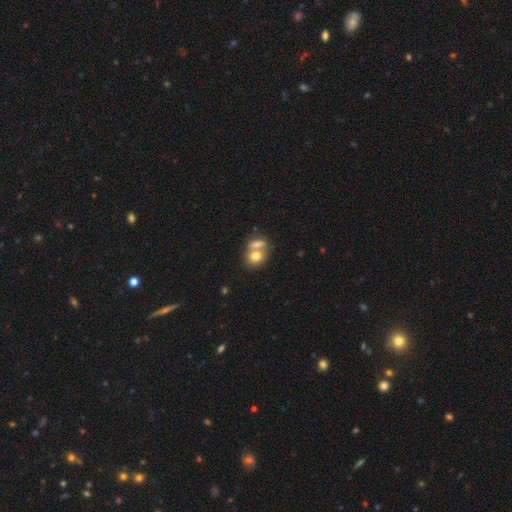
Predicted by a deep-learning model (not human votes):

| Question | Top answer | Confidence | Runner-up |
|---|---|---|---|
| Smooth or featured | smooth | 72% | featured or disk (19%) |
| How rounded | round | 55% | in between (43%) |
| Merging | merger | 63% | none (27%) |